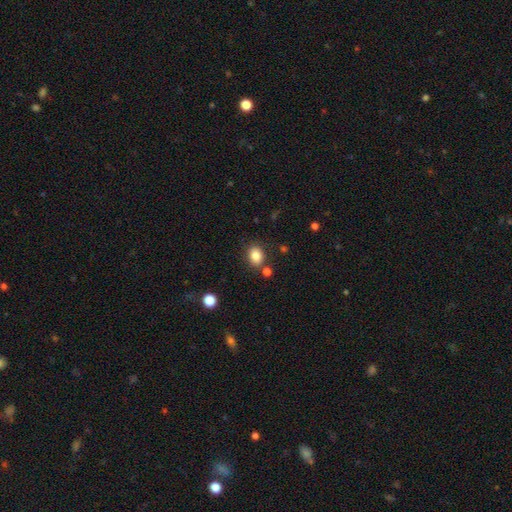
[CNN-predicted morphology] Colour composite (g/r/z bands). It shows a smooth galaxy with no disk features (84%) that is in between round and cigar-shaped (59%). Merging: none (77%).